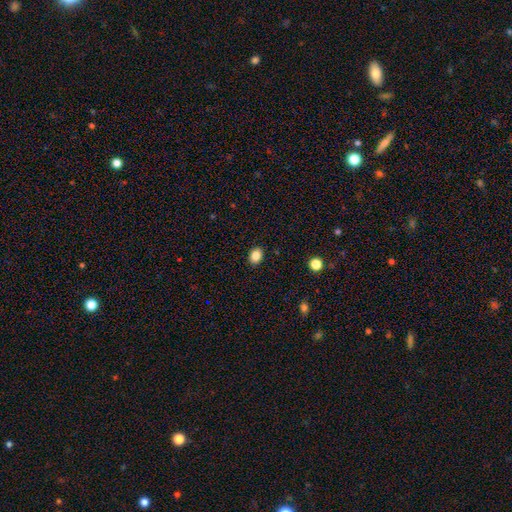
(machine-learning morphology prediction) The model was most divided on "how rounded": in between: 60%, round: 39%, cigar-shaped: 1%. More confident: merging — none (90%); smooth or featured — smooth (85%).